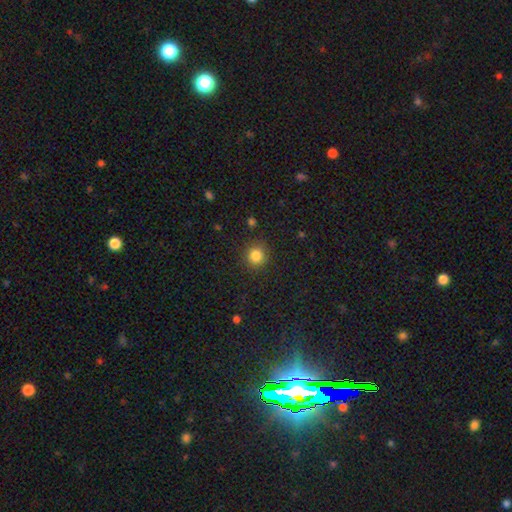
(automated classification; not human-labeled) A smooth galaxy with no disk features (84%) that is round (91%).

Vote fractions:
- Smooth or featured? smooth: 84% / star or artifact: 12% / featured or disk: 5%
- How rounded? round: 91% / in between: 8% / cigar-shaped: 1%
- Merging? none: 89% / minor disturbance: 7% / major disturbance: 3% / merger: 1%